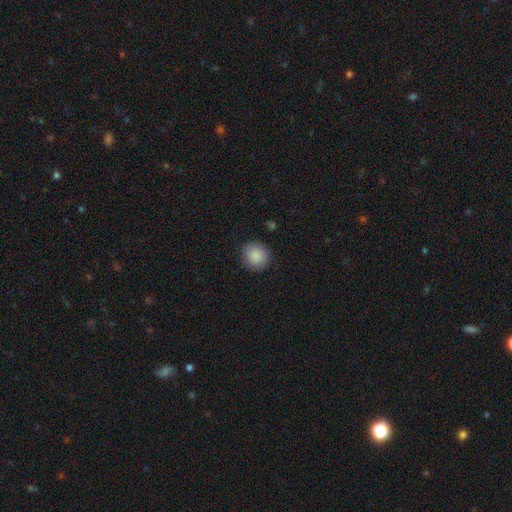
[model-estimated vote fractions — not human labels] Morphology: type=smooth (88%); roundness=round (88%); merging=none (88%).